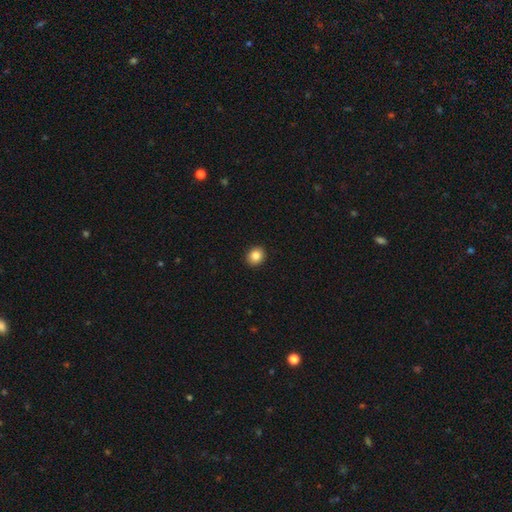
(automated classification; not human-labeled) The model was most divided on "how rounded": round: 71%, in between: 28%, cigar-shaped: 1%. More confident: merging — none (92%); smooth or featured — smooth (85%).